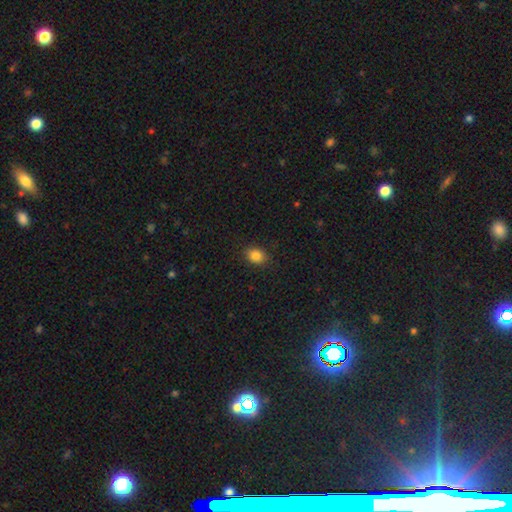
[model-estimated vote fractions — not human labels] smooth-or-featured: smooth: 85% | star or artifact: 10% | featured or disk: 4%
  how-rounded: in between: 59% | round: 40% | cigar-shaped: 1%
  merging: none: 88% | minor disturbance: 9% | major disturbance: 2% | merger: 1%